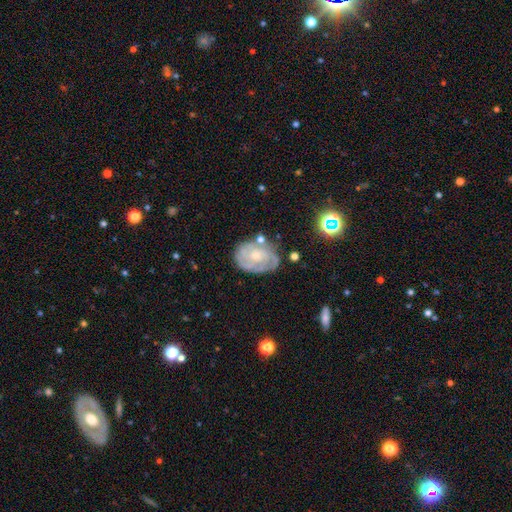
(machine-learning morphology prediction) featured or disk 72%, smooth 21%, star or artifact 7%. Down the decision tree: edge-on disk — no (97%); bar — no (79%); spiral arms — yes (77%); spiral arm count — can't tell (51%); spiral winding — tight (64%); bulge size — small (64%); merging — none (62%).